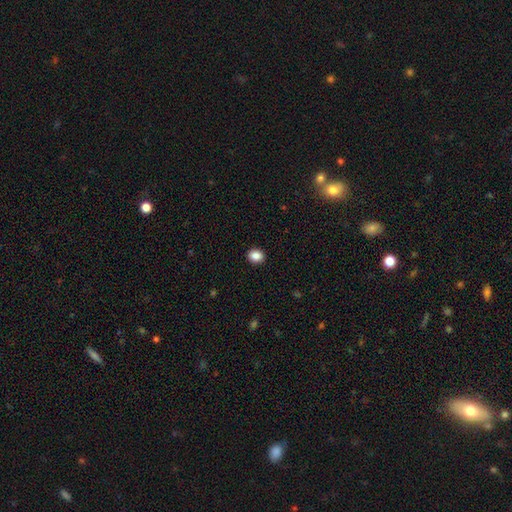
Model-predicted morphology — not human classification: Smooth or featured: smooth — 87% (star or artifact — 9%)
How rounded: round — 64% (in between — 36%)
Merging: none — 92% (minor disturbance — 6%)